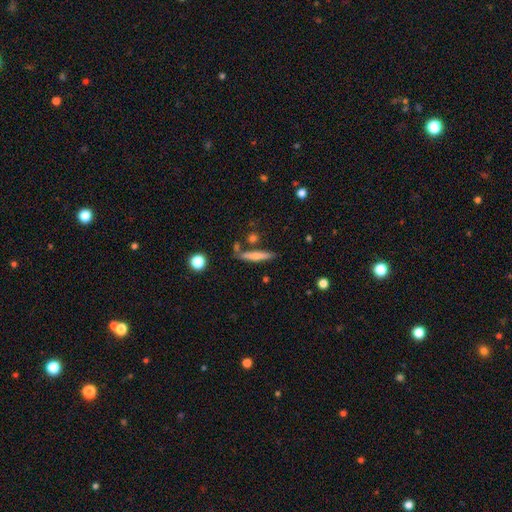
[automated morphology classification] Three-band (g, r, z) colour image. It shows a smooth galaxy with no disk features (64%) that is cigar-shaped (90%). Merging: none (75%).